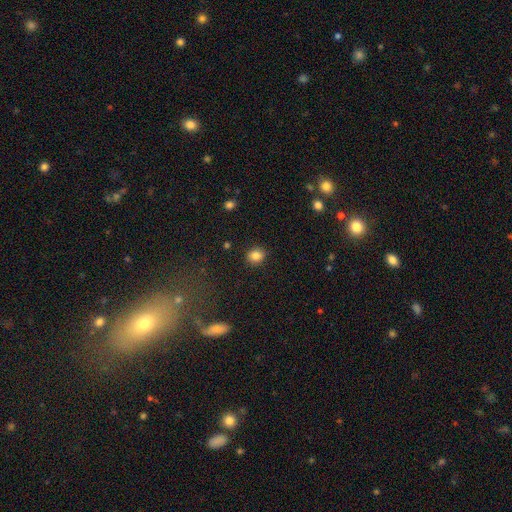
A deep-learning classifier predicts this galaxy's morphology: Overall: smooth (85%). How rounded: round (76%). Merging: none (90%).